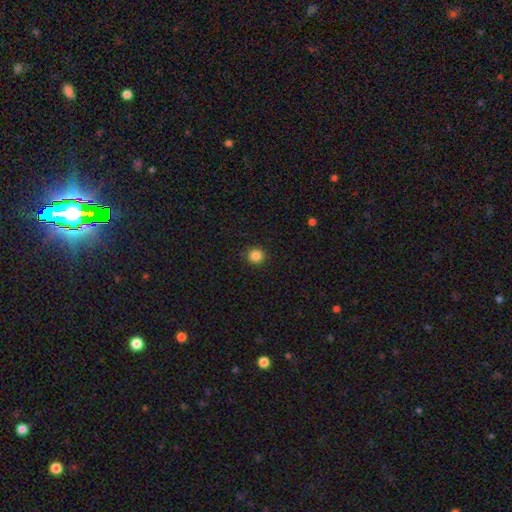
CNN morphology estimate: This appears to be a smooth galaxy with no disk features (86%) that is round (93%). Merging: none (91%).